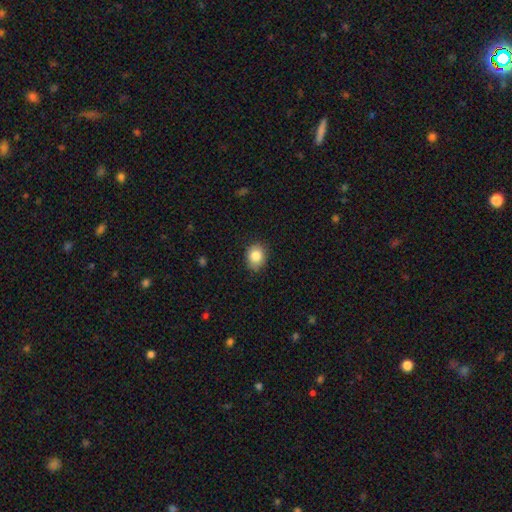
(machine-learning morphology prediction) Overall: smooth (84%). How rounded: round (53%; in between 47%). Merging: none (86%).